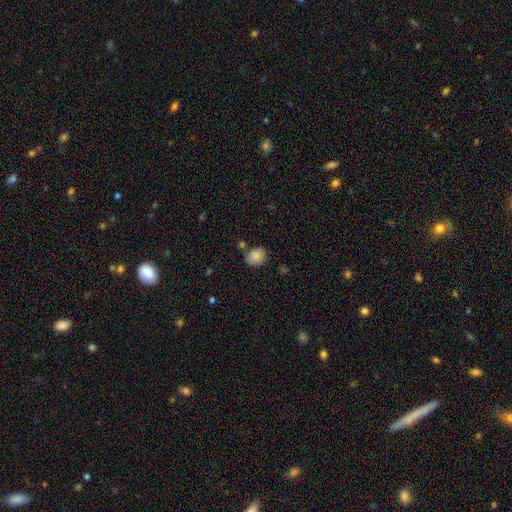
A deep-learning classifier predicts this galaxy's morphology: smooth 85%, star or artifact 8%, featured or disk 7%. Down the decision tree: how rounded — round (52%); merging — none (72%).